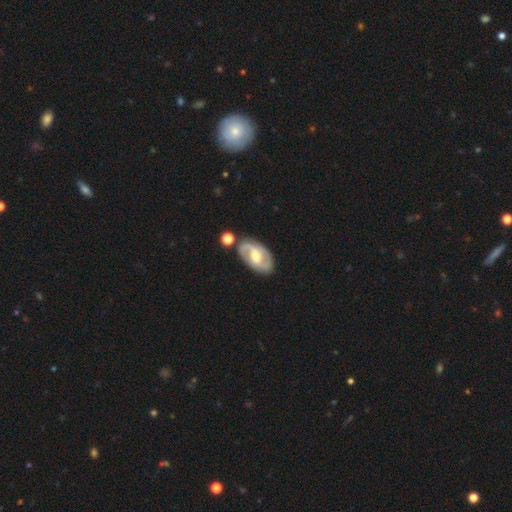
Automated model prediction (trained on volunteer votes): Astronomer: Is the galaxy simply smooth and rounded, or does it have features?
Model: featured or disk — 82%.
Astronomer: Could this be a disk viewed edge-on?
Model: no — 96%.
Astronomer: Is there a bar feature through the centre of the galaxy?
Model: weak — 49% (runner-up: no, 25%).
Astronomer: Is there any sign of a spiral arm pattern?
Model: yes — 92%.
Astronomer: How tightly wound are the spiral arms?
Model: medium — 51% (runner-up: tight, 28%).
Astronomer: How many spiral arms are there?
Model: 2 — 88%.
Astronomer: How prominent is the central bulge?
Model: moderate — 64%.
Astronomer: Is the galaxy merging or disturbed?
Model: none — 78%.